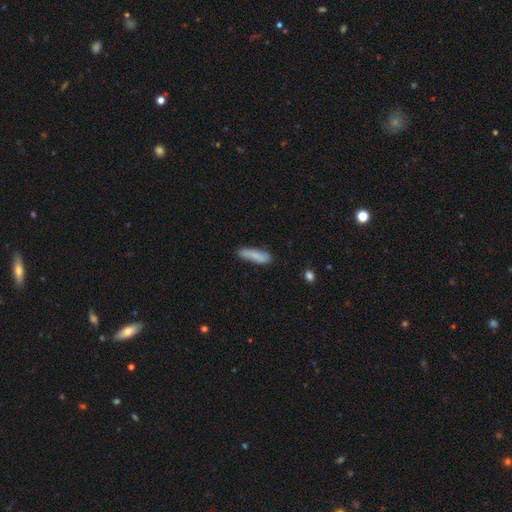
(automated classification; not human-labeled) smooth-or-featured: smooth: 80% | featured or disk: 14% | star or artifact: 6%
  how-rounded: cigar-shaped: 67% | in between: 31% | round: 2%
  merging: none: 76% | minor disturbance: 19% | major disturbance: 3% | merger: 3%